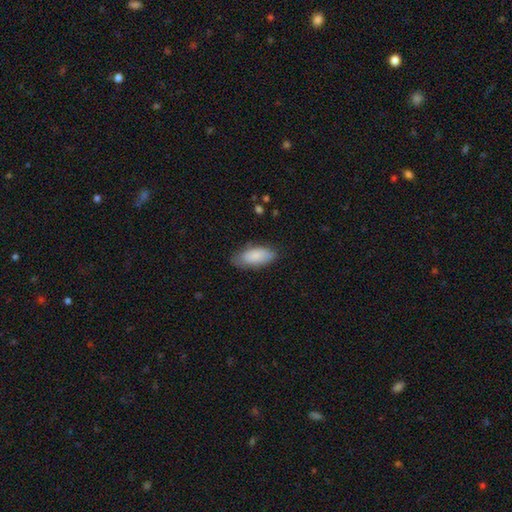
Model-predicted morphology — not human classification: type=smooth (86%); roundness=in between (86%); merging=none (75%).